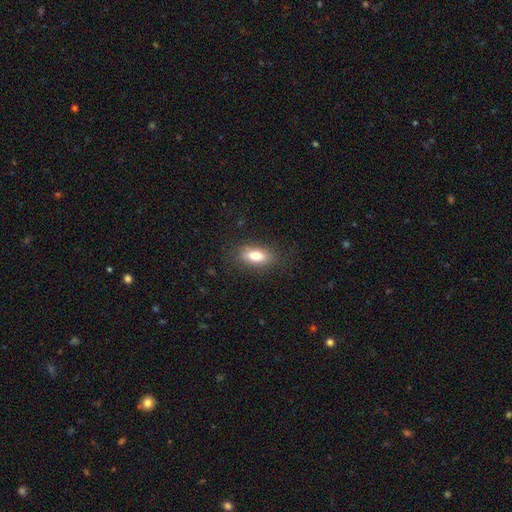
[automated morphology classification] The model was most divided on "smooth or featured": smooth: 80%, featured or disk: 12%, star or artifact: 8%. More confident: merging — none (83%); how rounded — in between (83%).